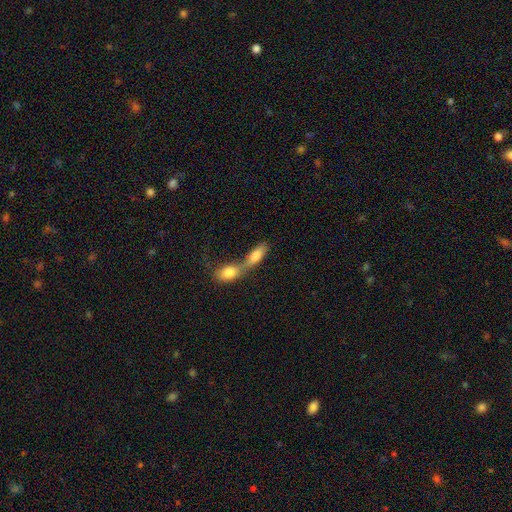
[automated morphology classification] type=smooth (79%); roundness=in between (77%); merging=merger (76%).